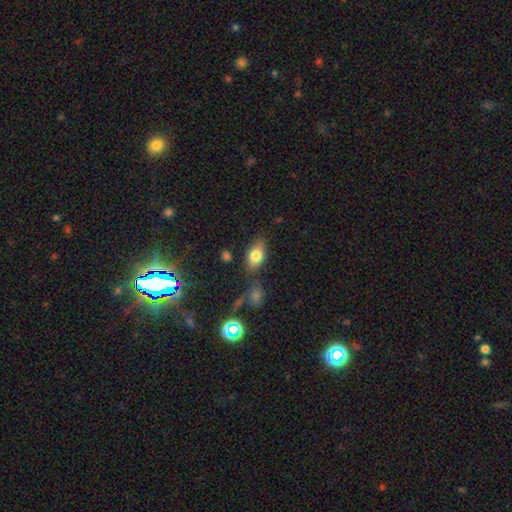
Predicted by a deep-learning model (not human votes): Smooth or featured? Predicted: smooth (p=0.78). How rounded? Predicted: in between (p=0.84). Merging? Predicted: none (p=0.71).